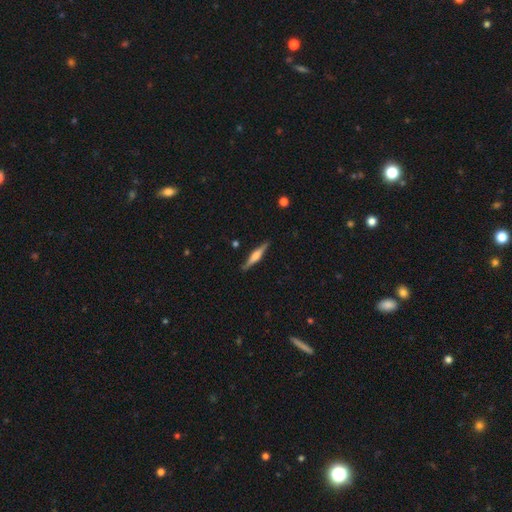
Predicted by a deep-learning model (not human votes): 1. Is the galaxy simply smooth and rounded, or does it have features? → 62% featured or disk, 32% smooth, 6% star or artifact.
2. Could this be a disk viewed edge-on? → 97% yes, 3% no.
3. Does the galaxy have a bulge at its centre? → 70% rounded, 22% boxy, 8% none.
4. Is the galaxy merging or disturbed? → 89% none, 8% minor disturbance, 2% major disturbance, 1% merger.